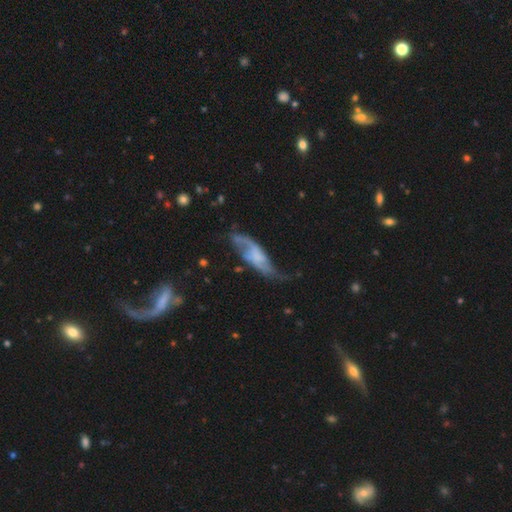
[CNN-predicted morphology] Smooth or featured? Predicted: featured or disk (p=0.72). Edge-on disk? Predicted: no (p=0.85). Bar? Predicted: no (p=0.55). Spiral arms? Predicted: yes (p=0.89). Spiral winding? Predicted: loose (p=0.68). Spiral arm count? Predicted: 2 (p=0.83). Bulge size? Predicted: none (p=0.49). Merging? Predicted: none (p=0.48).